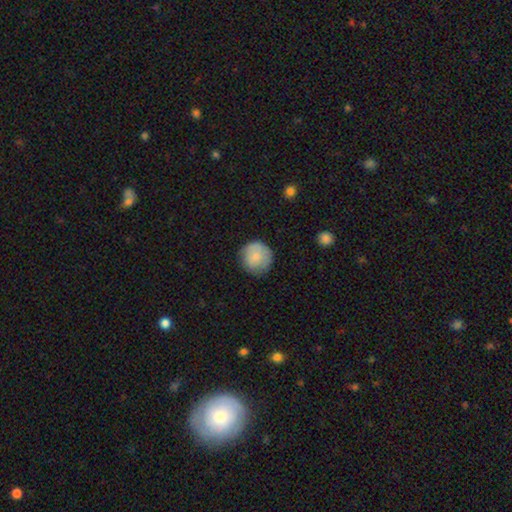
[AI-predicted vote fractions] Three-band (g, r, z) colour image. It shows a smooth galaxy with no disk features (81%) that is round (94%). Merging: none (79%).